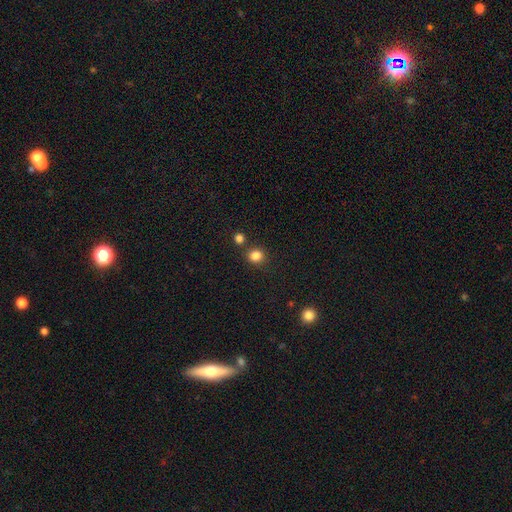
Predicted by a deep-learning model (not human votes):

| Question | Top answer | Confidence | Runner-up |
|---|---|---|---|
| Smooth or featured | smooth | 83% | star or artifact (13%) |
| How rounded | round | 83% | in between (16%) |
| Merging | none | 80% | merger (9%) |